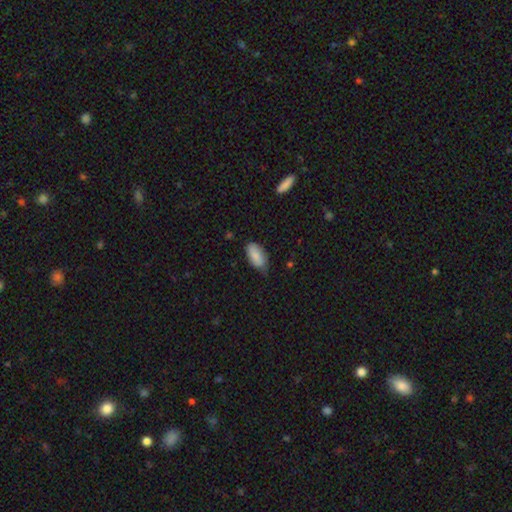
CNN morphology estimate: Smooth or featured? Predicted: smooth (p=0.84). How rounded? Predicted: in between (p=0.93). Merging? Predicted: none (p=0.60).